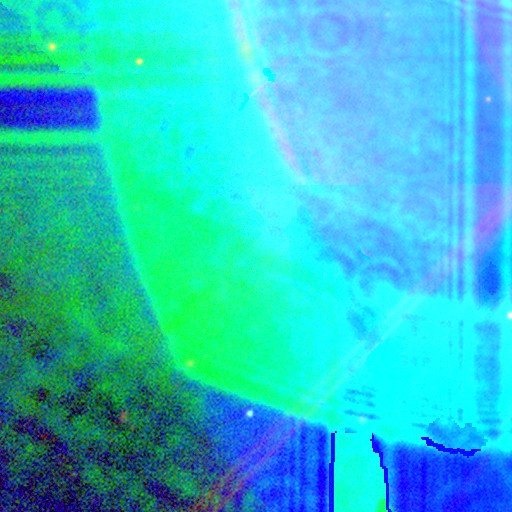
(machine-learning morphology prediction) Smooth or featured: star or artifact — 87% (featured or disk — 7%)